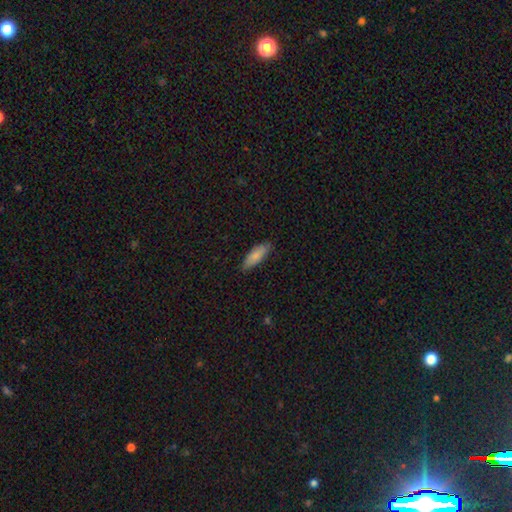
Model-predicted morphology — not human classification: Smooth or featured?
  - smooth: 83% *
  - featured or disk: 12%
  - star or artifact: 6%
How rounded?
  - in between: 63% *
  - cigar-shaped: 35%
  - round: 2%
Merging?
  - none: 81% *
  - minor disturbance: 15%
  - major disturbance: 2%
  - merger: 1%